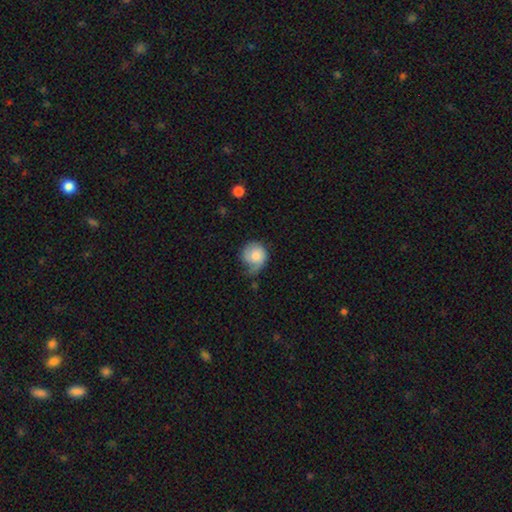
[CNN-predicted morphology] Overall: smooth (56%; featured or disk 37%). How rounded: round (81%). Merging: none (41%; minor disturbance 37%).